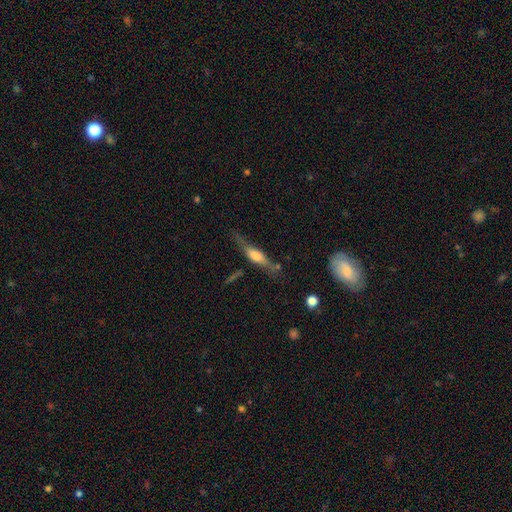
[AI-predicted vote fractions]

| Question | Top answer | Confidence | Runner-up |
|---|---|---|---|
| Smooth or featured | featured or disk | 63% | smooth (30%) |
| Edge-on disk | yes | 89% | no (11%) |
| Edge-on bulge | rounded | 75% | boxy (20%) |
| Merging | none | 63% | minor disturbance (22%) |